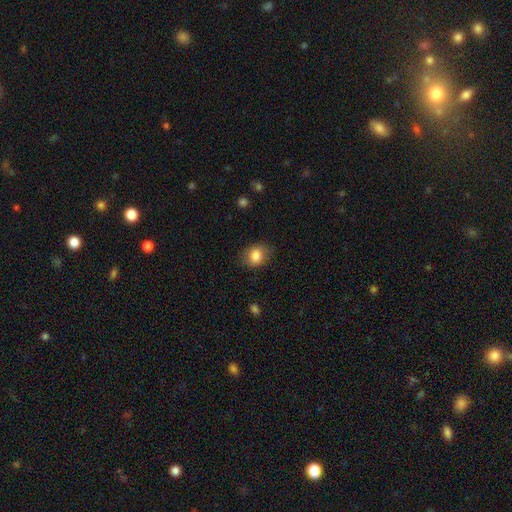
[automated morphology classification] Overall: smooth (84%). How rounded: round (50%; in between 49%). Merging: none (79%).